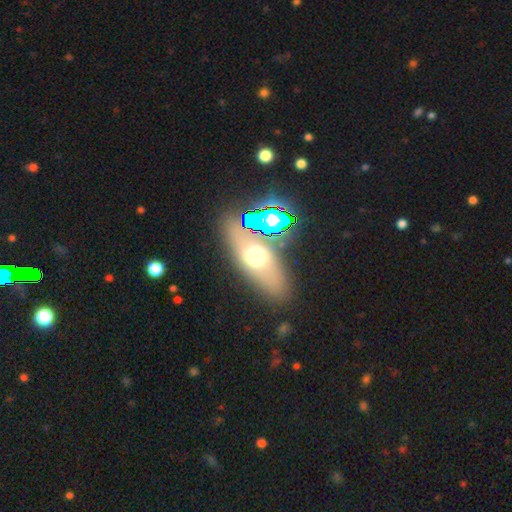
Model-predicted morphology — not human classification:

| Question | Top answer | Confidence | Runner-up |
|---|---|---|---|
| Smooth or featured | smooth | 48% | featured or disk (31%) |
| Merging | none | 80% | minor disturbance (10%) |